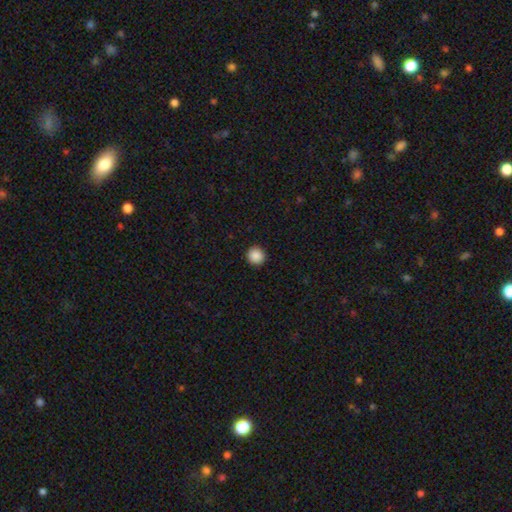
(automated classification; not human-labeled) Overall: smooth (88%). How rounded: round (94%). Merging: none (93%).